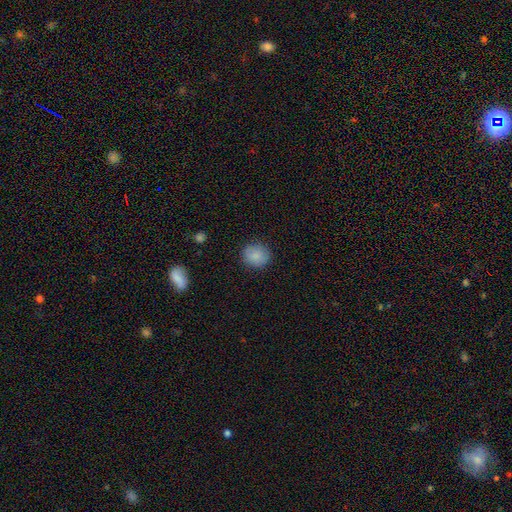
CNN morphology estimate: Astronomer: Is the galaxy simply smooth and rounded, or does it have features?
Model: smooth — 86%.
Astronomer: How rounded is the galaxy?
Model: round — 82%.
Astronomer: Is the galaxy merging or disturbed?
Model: none — 86%.